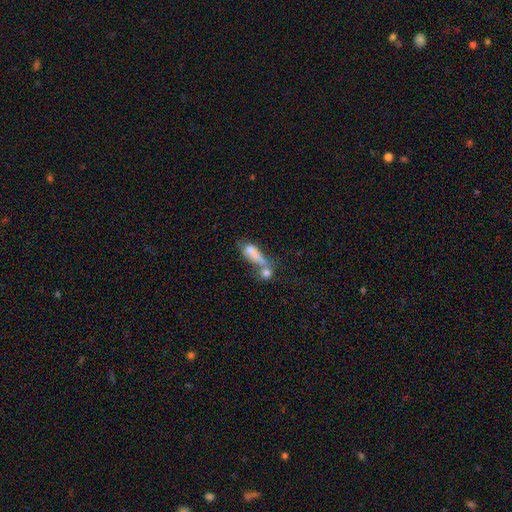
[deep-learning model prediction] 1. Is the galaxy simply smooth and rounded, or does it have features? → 62% smooth, 25% featured or disk, 13% star or artifact.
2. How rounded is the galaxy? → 51% cigar-shaped, 42% in between, 7% round.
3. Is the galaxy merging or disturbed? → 47% merger, 24% none, 17% major disturbance, 13% minor disturbance.